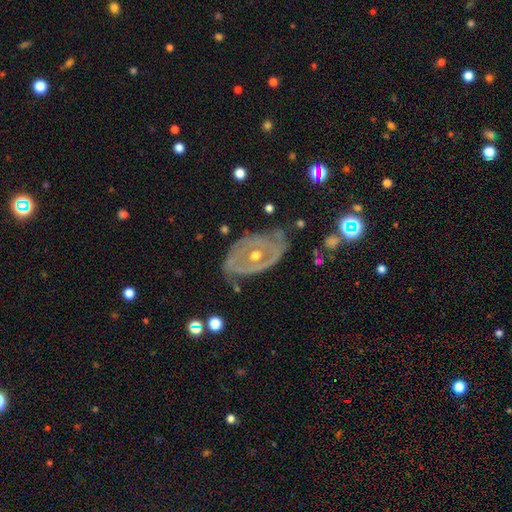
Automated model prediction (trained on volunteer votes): Overall: featured or disk (79%). Edge-on disk: no (93%). Bar: no (72%). Spiral arms: yes (53%; no 47%). Bulge size: moderate (64%; small 32%). Merging: none (56%; minor disturbance 27%).